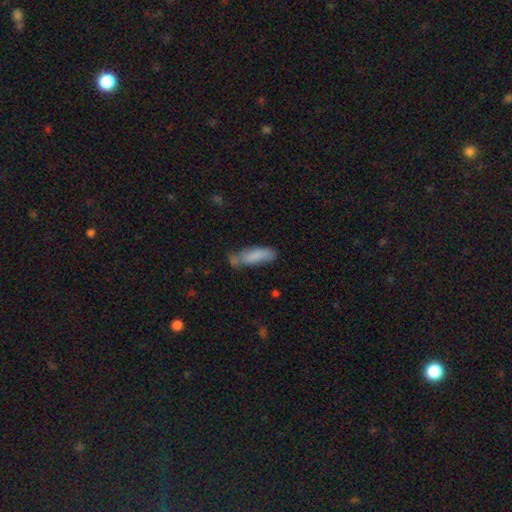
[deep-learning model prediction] Smooth or featured: smooth — 80% (featured or disk — 14%)
How rounded: in between — 52% (cigar-shaped — 46%)
Merging: none — 47% (minor disturbance — 31%)